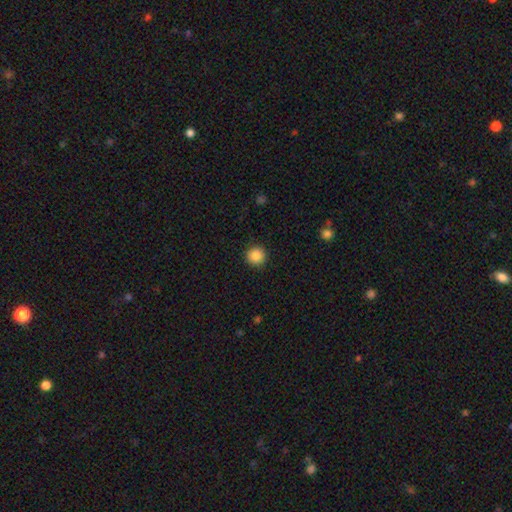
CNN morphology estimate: Q: Smooth or featured?
A: smooth (87%); runner-up: star or artifact (9%)
Q: How rounded?
A: round (95%); runner-up: in between (4%)
Q: Merging?
A: none (93%); runner-up: minor disturbance (5%)